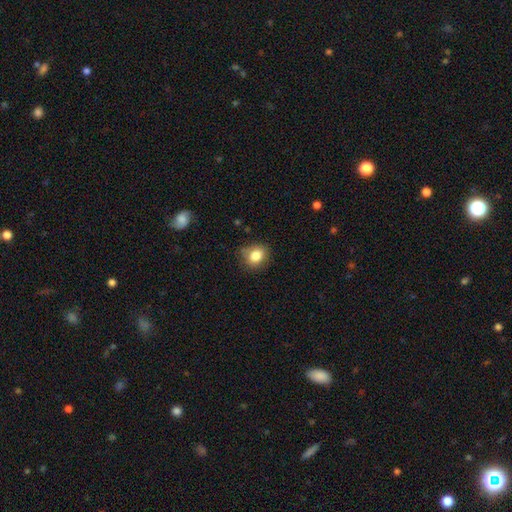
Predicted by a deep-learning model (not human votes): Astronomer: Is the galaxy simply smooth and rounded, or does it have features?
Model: smooth — 82%.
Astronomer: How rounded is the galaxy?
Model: round — 69%.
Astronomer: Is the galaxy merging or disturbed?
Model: none — 74%.